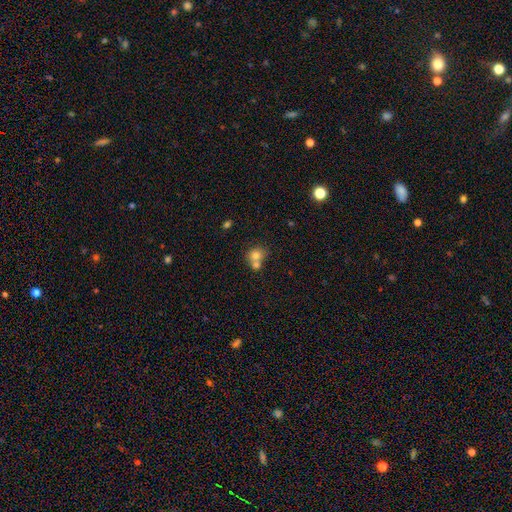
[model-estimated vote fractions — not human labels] Q: Smooth or featured?
A: smooth (76%); runner-up: featured or disk (13%)
Q: How rounded?
A: round (76%); runner-up: in between (23%)
Q: Merging?
A: merger (54%); runner-up: none (35%)